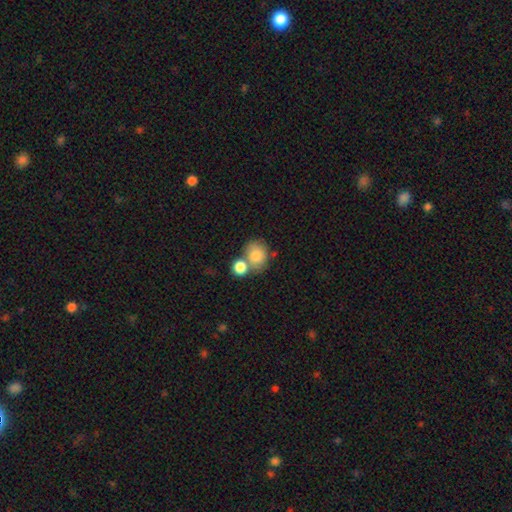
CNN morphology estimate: smooth 80%, featured or disk 12%, star or artifact 8%. Down the decision tree: how rounded — round (65%); merging — merger (45%).